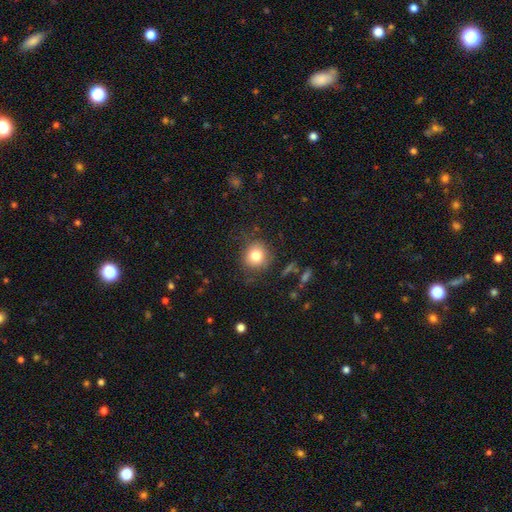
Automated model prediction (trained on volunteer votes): This is clearly a smooth galaxy (80%). How rounded: clearly round (88%). Merging: clearly none (82%).